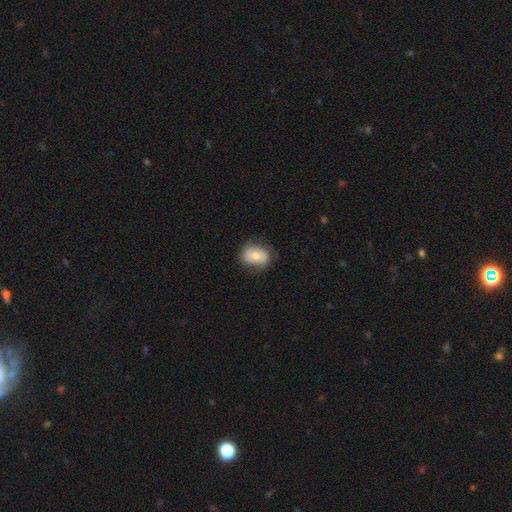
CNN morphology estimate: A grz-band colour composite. It shows a smooth galaxy with no disk features (65%) that is in between round and cigar-shaped (62%). Merging: none (73%).